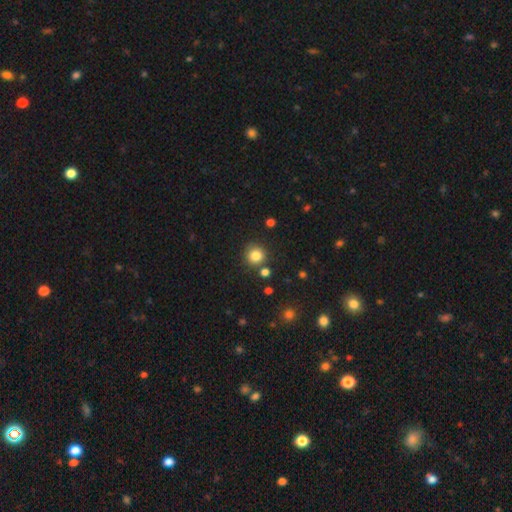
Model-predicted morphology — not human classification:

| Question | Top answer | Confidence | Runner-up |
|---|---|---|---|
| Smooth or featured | smooth | 83% | star or artifact (12%) |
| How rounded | round | 92% | in between (7%) |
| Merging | none | 83% | minor disturbance (9%) |